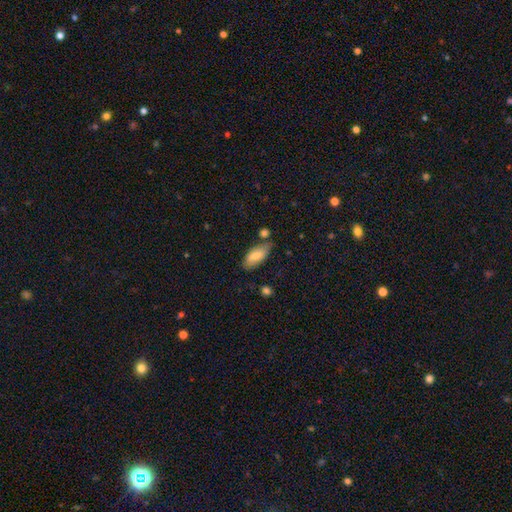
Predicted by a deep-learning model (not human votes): Smooth or featured? smooth (78%)
How rounded? in between (86%)
Merging? none (66%)